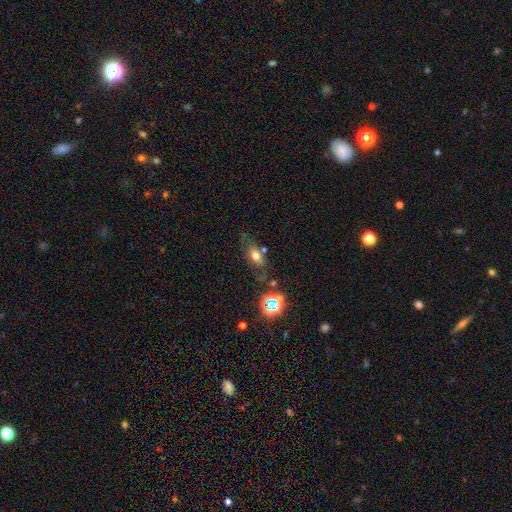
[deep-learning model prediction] The model was most divided on "merging": none: 57%, minor disturbance: 21%, merger: 13%, major disturbance: 10%. More confident: how rounded — in between (77%); smooth or featured — smooth (62%).